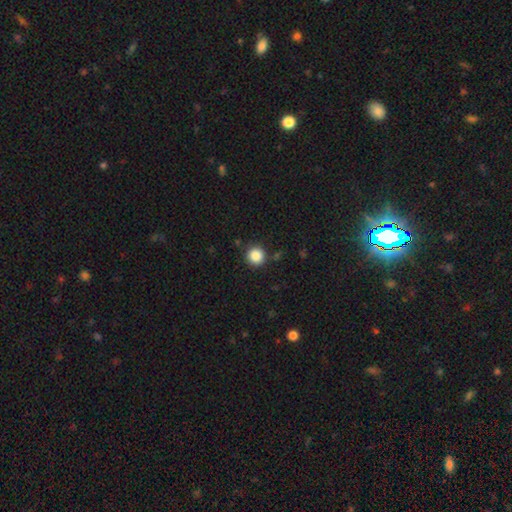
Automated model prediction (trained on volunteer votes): The model was most divided on "smooth or featured": smooth: 87%, star or artifact: 10%, featured or disk: 3%. More confident: how rounded — round (94%); merging — none (87%).